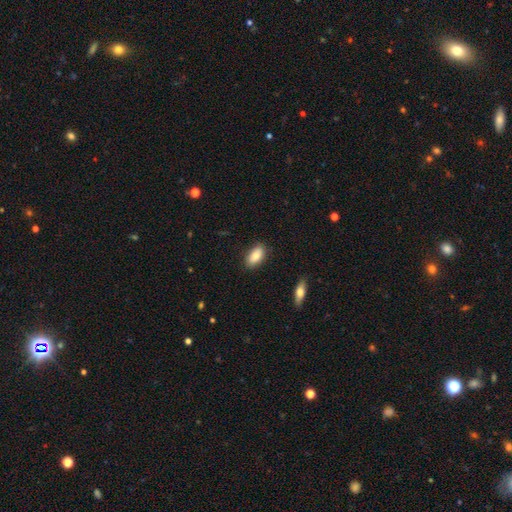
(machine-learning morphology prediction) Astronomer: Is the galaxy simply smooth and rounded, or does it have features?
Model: smooth — 83%.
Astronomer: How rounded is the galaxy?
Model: in between — 92%.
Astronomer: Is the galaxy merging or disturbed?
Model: none — 85%.